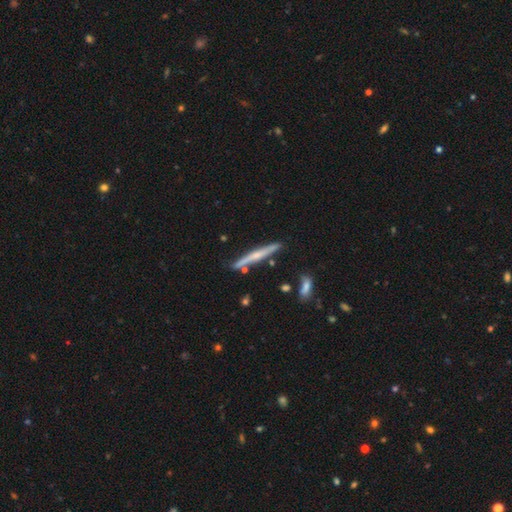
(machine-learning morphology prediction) Smooth or featured? featured or disk (62%)
Edge-on disk? yes (97%)
Edge-on bulge? rounded (64%)
Merging? none (86%)